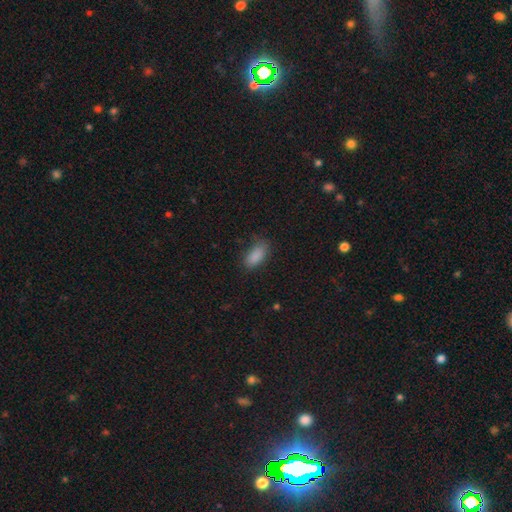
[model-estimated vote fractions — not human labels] Smooth or featured? Predicted: smooth (p=0.87). How rounded? Predicted: in between (p=0.89). Merging? Predicted: none (p=0.74).